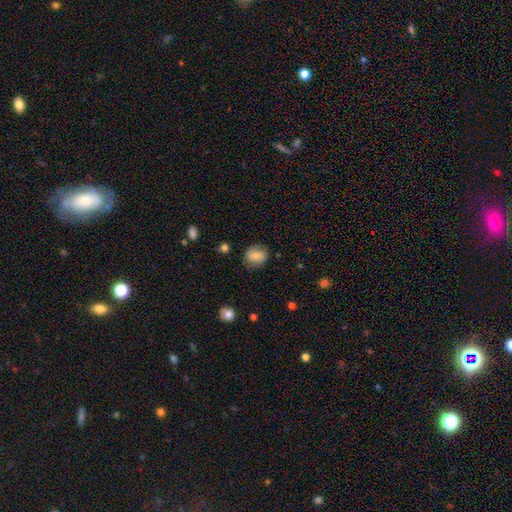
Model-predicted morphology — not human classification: Q: Smooth or featured?
A: smooth (74%); runner-up: featured or disk (17%)
Q: How rounded?
A: round (63%); runner-up: in between (36%)
Q: Merging?
A: none (78%); runner-up: minor disturbance (16%)